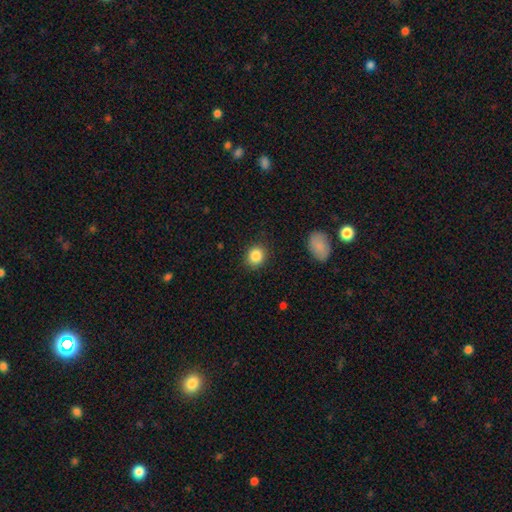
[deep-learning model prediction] This appears to be a smooth galaxy with no disk features (86%) that is round (75%). Merging: none (88%).